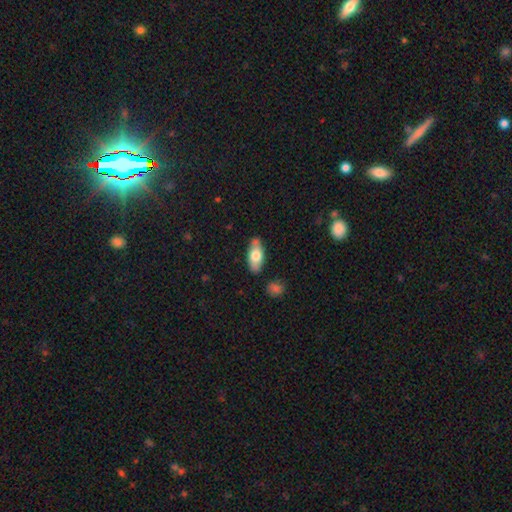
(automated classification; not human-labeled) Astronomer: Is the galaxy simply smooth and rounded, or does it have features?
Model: smooth — 69%.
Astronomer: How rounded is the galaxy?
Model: in between — 86%.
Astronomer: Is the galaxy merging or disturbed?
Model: none — 78%.